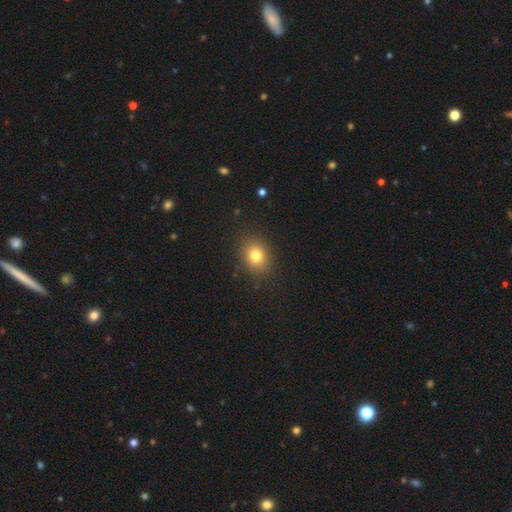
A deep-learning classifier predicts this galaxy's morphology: Smooth or featured: smooth — 79% (star or artifact — 13%)
How rounded: round — 54% (in between — 45%)
Merging: none — 87% (minor disturbance — 9%)